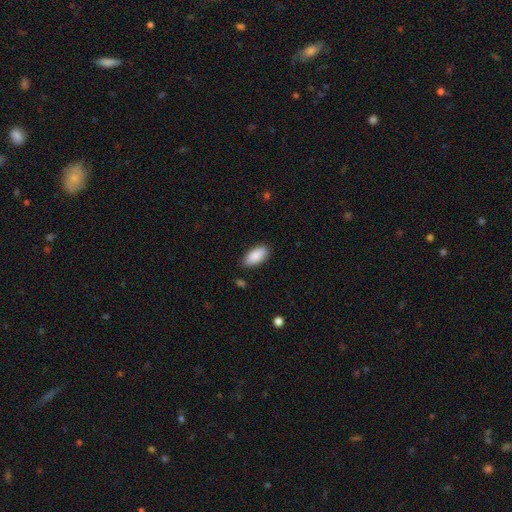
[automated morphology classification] type=smooth (89%); roundness=in between (92%); merging=none (85%).